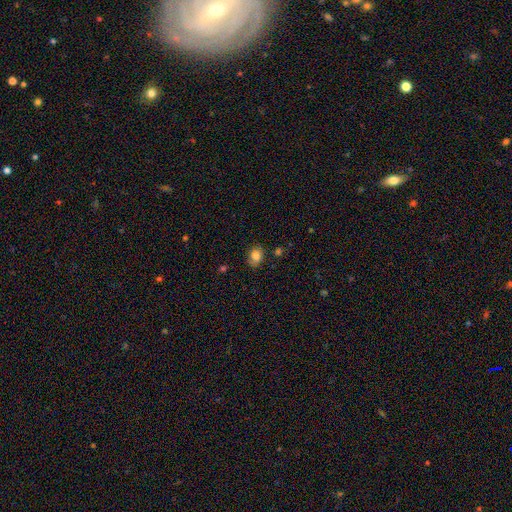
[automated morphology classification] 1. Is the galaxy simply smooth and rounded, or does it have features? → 82% smooth, 10% star or artifact, 8% featured or disk.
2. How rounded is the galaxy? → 51% in between, 48% round, 1% cigar-shaped.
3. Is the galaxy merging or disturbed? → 74% none, 20% minor disturbance, 4% major disturbance, 2% merger.